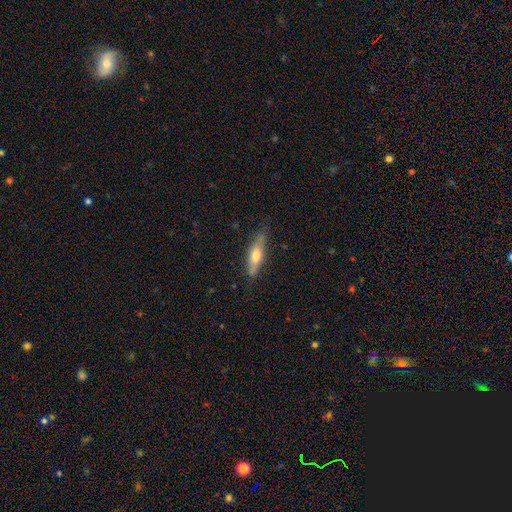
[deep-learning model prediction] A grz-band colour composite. It shows a smooth galaxy with no disk features (55%) that is cigar-shaped (66%). Merging: none (75%).